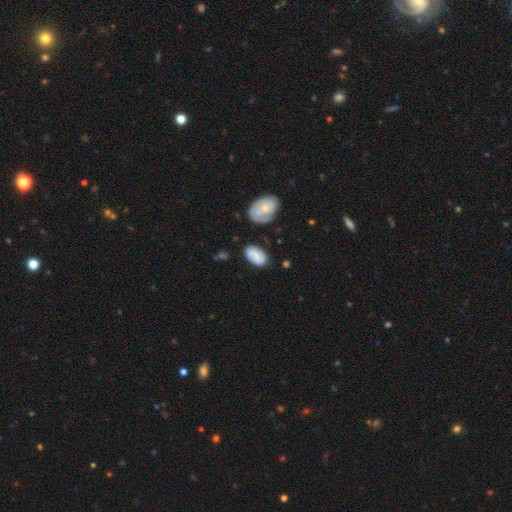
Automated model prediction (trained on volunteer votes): Smooth or featured? Predicted: smooth (p=0.59). How rounded? Predicted: in between (p=0.91). Merging? Predicted: none (p=0.74).